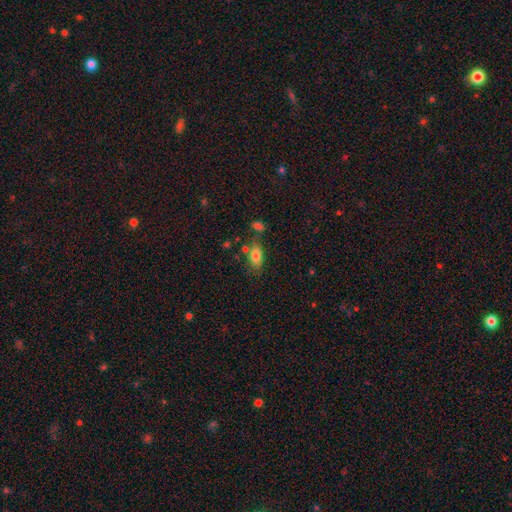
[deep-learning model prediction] Smooth or featured?
  - smooth: 80% *
  - featured or disk: 11%
  - star or artifact: 9%
How rounded?
  - in between: 87% *
  - cigar-shaped: 8%
  - round: 5%
Merging?
  - none: 66% *
  - minor disturbance: 17%
  - merger: 13%
  - major disturbance: 5%